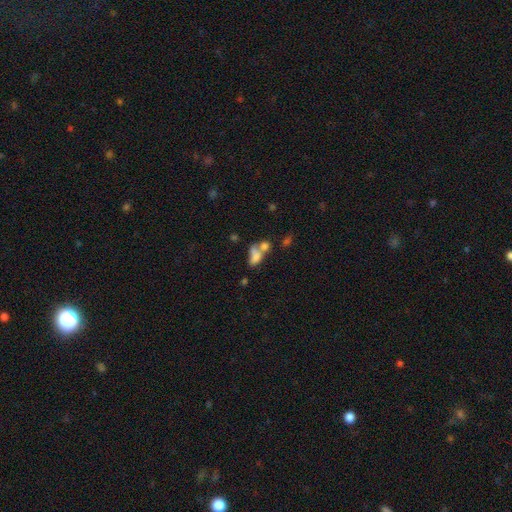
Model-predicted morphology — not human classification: Smooth or featured: smooth — 69% (featured or disk — 19%)
How rounded: in between — 80% (round — 15%)
Merging: merger — 57% (none — 20%)